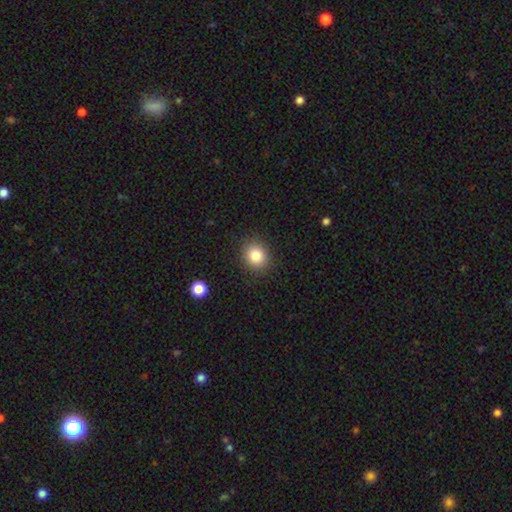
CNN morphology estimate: This appears to be a smooth galaxy with no disk features (83%) that is round (76%). Merging: none (89%).